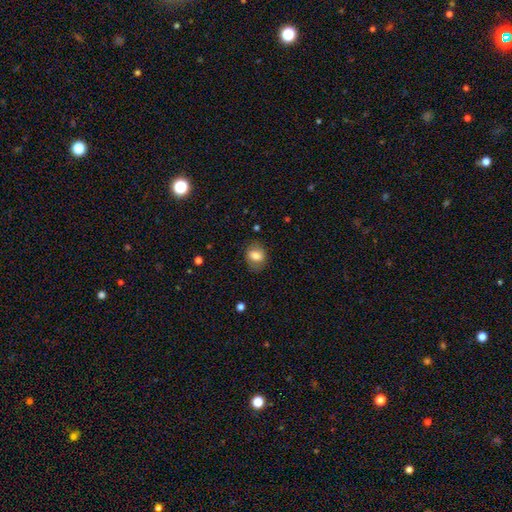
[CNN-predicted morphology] Smooth or featured: smooth — 77% (featured or disk — 15%)
How rounded: in between — 55% (round — 44%)
Merging: none — 75% (minor disturbance — 17%)